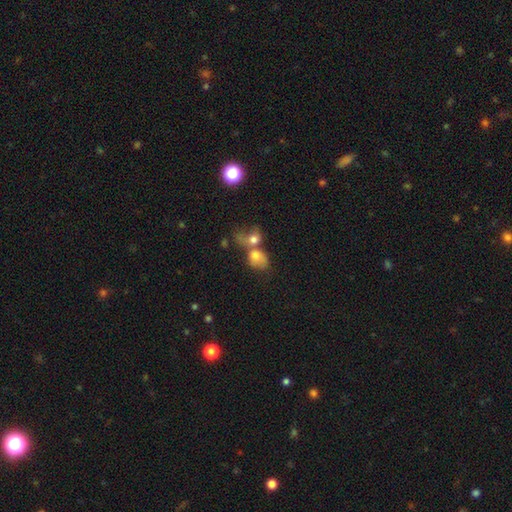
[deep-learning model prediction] This is likely a smooth galaxy (70%). How rounded: possibly in between (51%). Merging: likely merger (68%).